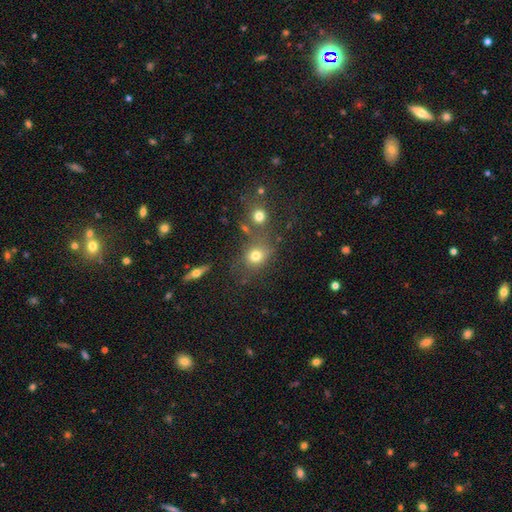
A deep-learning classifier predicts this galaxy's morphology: A smooth galaxy with no disk features (73%) that is round (66%). Merging: none (62%).